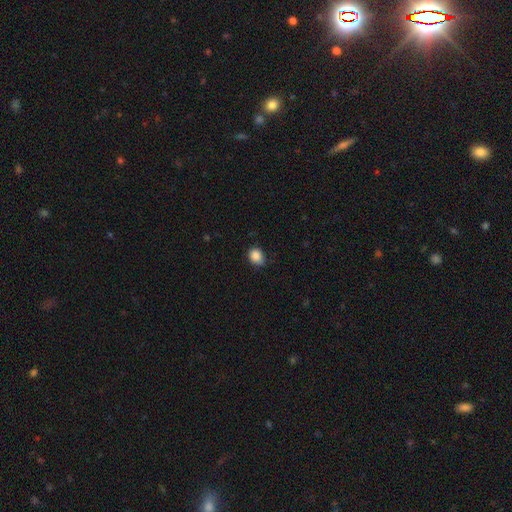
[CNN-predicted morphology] Smooth or featured? Predicted: smooth (p=0.87). How rounded? Predicted: round (p=0.51). Merging? Predicted: none (p=0.70).